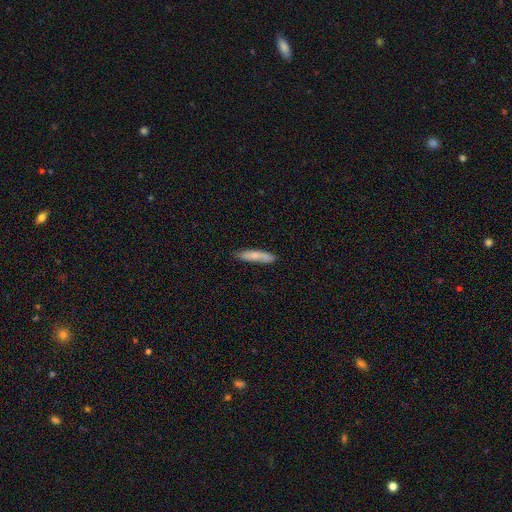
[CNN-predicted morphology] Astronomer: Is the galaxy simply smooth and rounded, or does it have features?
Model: smooth — 77%.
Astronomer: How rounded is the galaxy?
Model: cigar-shaped — 82%.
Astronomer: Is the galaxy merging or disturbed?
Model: none — 78%.